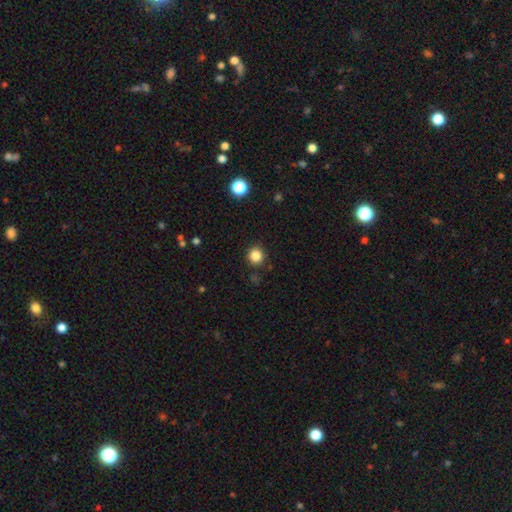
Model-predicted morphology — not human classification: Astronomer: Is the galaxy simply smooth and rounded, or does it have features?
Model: smooth — 84%.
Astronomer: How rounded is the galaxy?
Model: round — 91%.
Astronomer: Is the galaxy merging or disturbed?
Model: none — 89%.